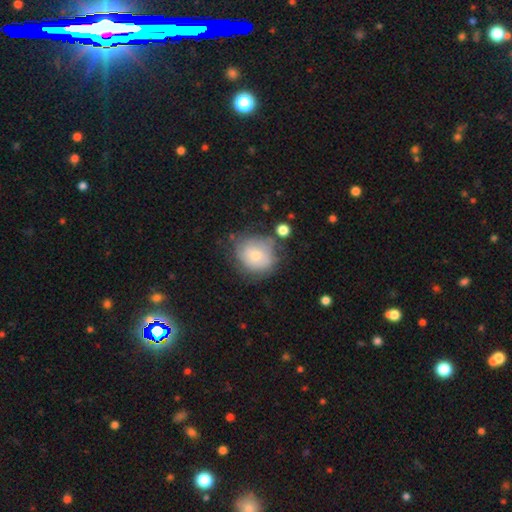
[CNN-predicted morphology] Smooth or featured? smooth (58%)
How rounded? round (81%)
Merging? none (54%)